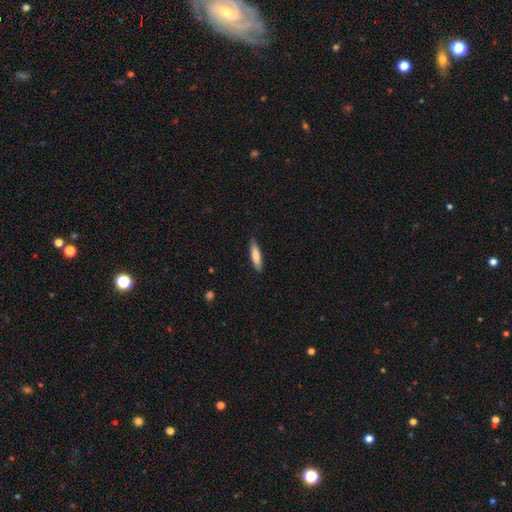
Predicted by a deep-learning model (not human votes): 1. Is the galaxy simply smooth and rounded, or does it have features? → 82% smooth, 12% featured or disk, 5% star or artifact.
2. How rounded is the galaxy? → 72% cigar-shaped, 27% in between, 1% round.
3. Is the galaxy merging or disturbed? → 85% none, 12% minor disturbance, 2% major disturbance, 1% merger.